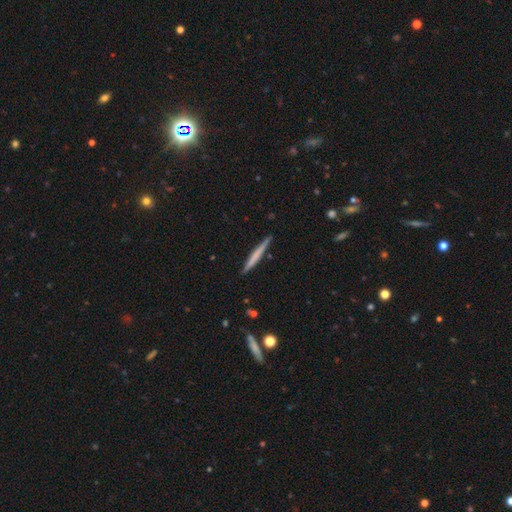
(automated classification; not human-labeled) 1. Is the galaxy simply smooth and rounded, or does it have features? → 56% smooth, 38% featured or disk, 5% star or artifact.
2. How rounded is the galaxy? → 97% cigar-shaped, 2% in between, 1% round.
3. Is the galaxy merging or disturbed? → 90% none, 7% minor disturbance, 1% merger, 1% major disturbance.